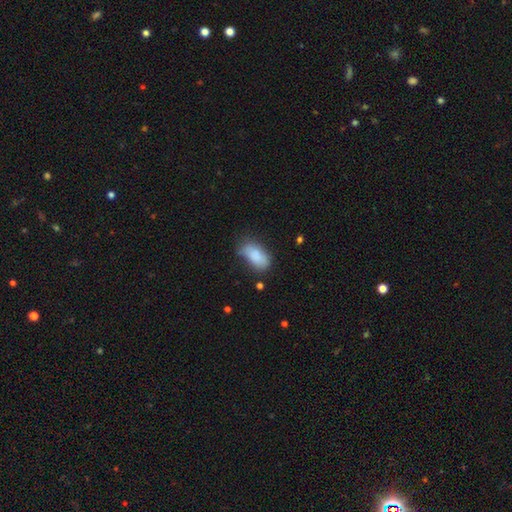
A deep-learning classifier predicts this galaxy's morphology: The model was most divided on "merging": none: 47%, minor disturbance: 34%, major disturbance: 14%, merger: 5%. More confident: how rounded — in between (91%); smooth or featured — smooth (80%).